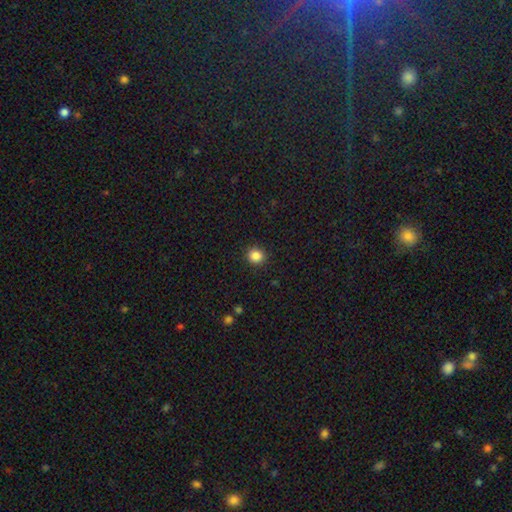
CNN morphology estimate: This is clearly a smooth galaxy (86%). How rounded: clearly round (90%). Merging: clearly none (92%).